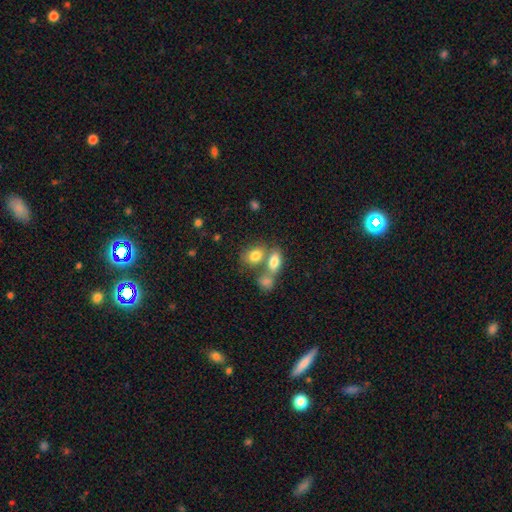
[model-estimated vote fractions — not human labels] smooth 79%, featured or disk 12%, star or artifact 9%. Down the decision tree: how rounded — in between (79%); merging — merger (46%).